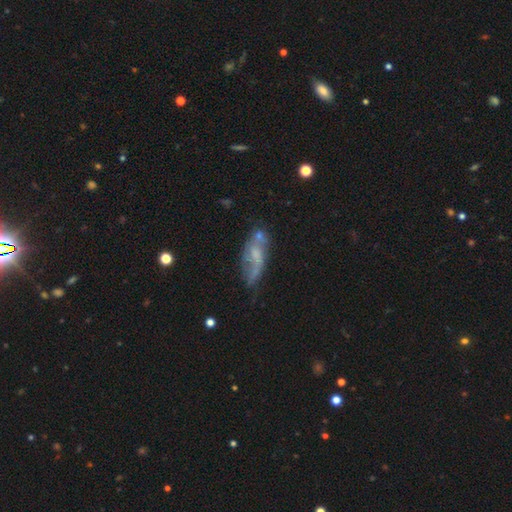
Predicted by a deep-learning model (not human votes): Overall: featured or disk (53%; smooth 37%). Edge-on disk: no (85%). Merging: none (43%; minor disturbance 27%).